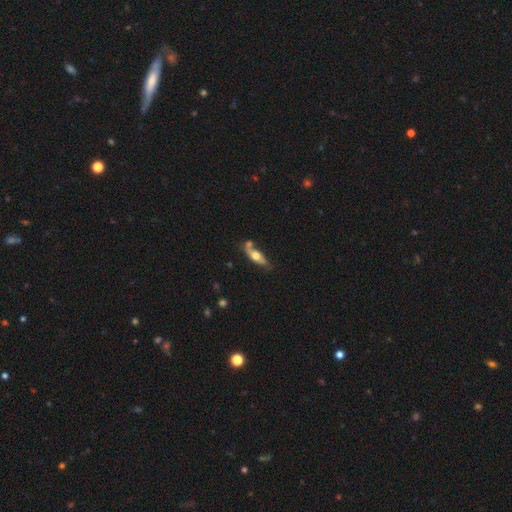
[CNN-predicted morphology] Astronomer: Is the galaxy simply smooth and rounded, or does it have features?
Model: featured or disk — 50% (runner-up: smooth, 44%).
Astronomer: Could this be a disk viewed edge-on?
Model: yes — 66%.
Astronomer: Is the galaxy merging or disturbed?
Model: none — 56%.